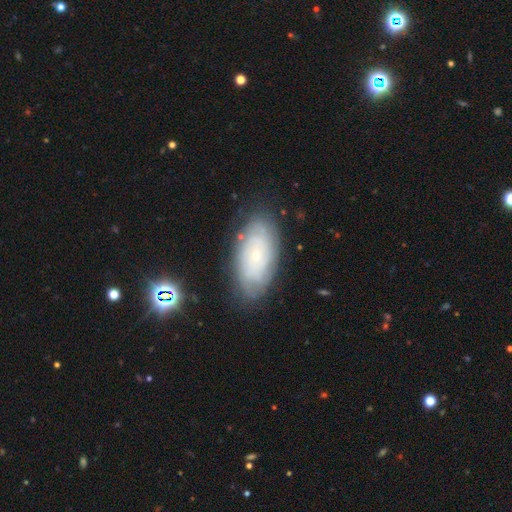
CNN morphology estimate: Smooth or featured? Predicted: featured or disk (p=0.66). Edge-on disk? Predicted: no (p=0.93). Bar? Predicted: no (p=0.83). Spiral arms? Predicted: yes (p=0.83). Spiral winding? Predicted: tight (p=0.77). Spiral arm count? Predicted: can't tell (p=0.62). Bulge size? Predicted: small (p=0.81). Merging? Predicted: none (p=0.79).